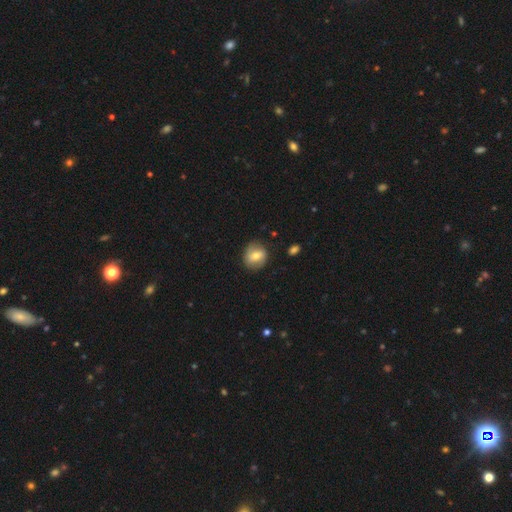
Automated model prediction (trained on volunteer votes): A smooth galaxy with no disk features (59%) that is round (74%).

Vote fractions:
- Smooth or featured? smooth: 59% / featured or disk: 33% / star or artifact: 8%
- How rounded? round: 74% / in between: 25% / cigar-shaped: 1%
- Merging? none: 80% / minor disturbance: 14% / major disturbance: 4% / merger: 2%